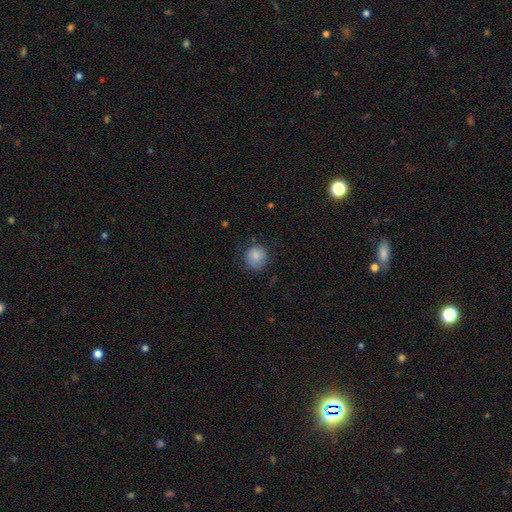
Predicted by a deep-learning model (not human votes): Smooth or featured? Predicted: smooth (p=0.84). How rounded? Predicted: round (p=0.84). Merging? Predicted: none (p=0.73).